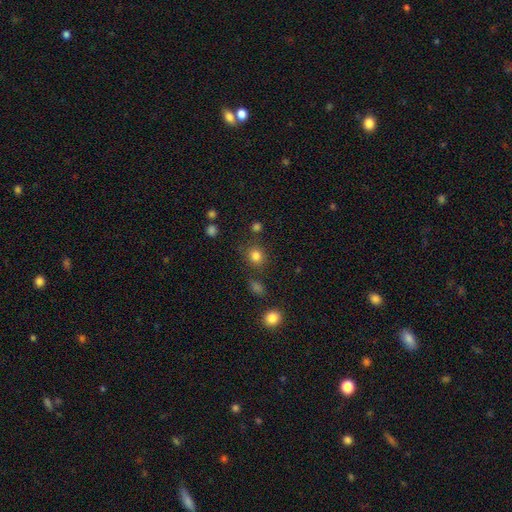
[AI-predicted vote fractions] This is clearly a smooth galaxy (82%). How rounded: likely round (78%). Merging: likely none (79%).